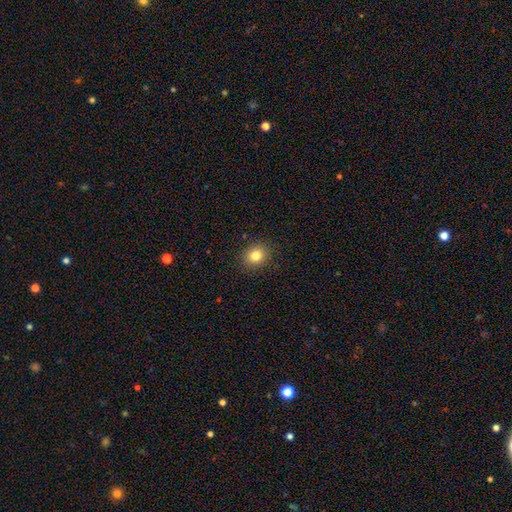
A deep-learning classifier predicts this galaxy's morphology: This is clearly a smooth galaxy (82%). How rounded: likely round (71%). Merging: clearly none (90%).